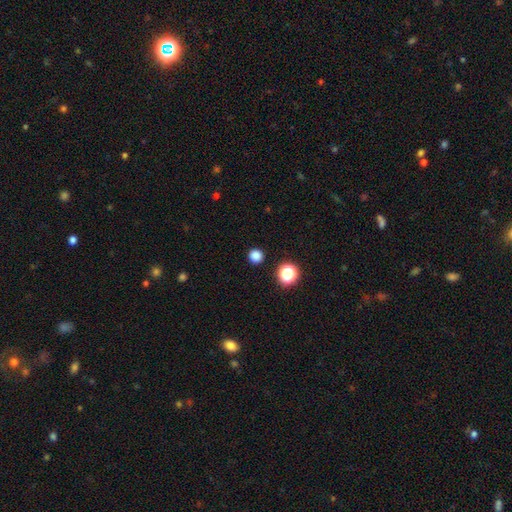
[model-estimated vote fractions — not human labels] smooth 83%, star or artifact 14%, featured or disk 3%. Down the decision tree: how rounded — round (94%); merging — none (92%).